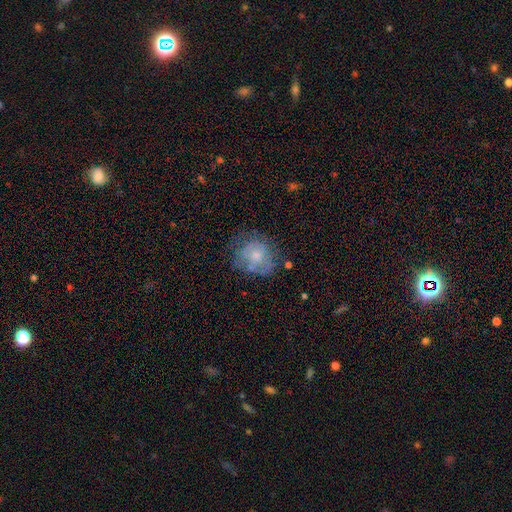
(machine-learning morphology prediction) smooth-or-featured: smooth: 50% | featured or disk: 41% | star or artifact: 9%
  merging: none: 53% | minor disturbance: 27% | major disturbance: 16% | merger: 4%